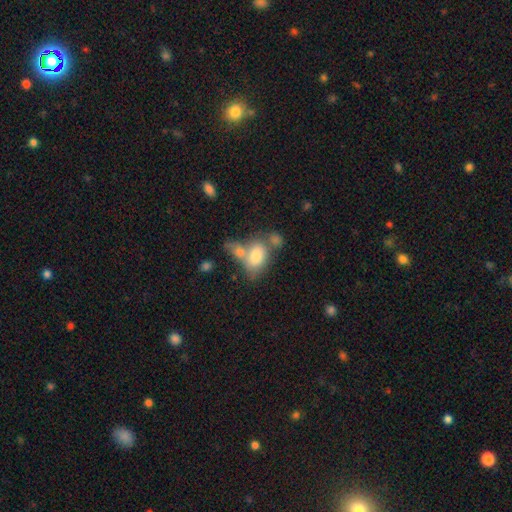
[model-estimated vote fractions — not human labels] Overall: smooth (75%). How rounded: in between (80%). Merging: merger (51%; none 30%).